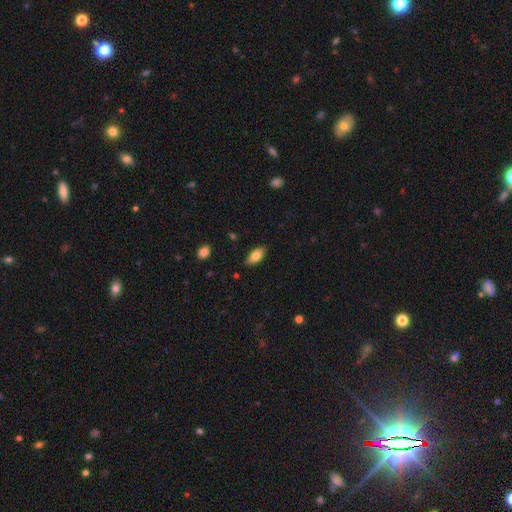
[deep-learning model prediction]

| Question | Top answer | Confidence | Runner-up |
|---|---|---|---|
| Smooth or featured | smooth | 81% | featured or disk (11%) |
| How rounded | in between | 90% | cigar-shaped (7%) |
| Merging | none | 86% | minor disturbance (10%) |